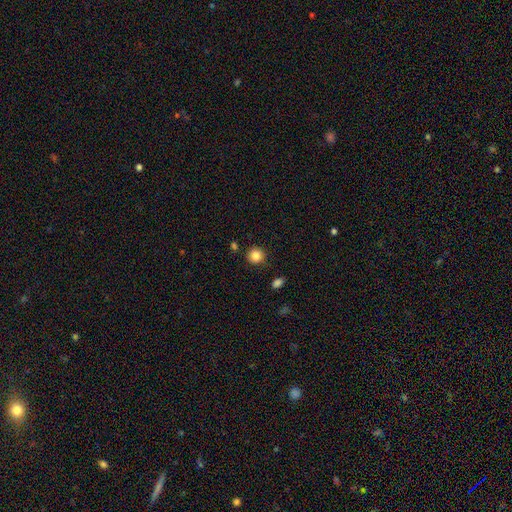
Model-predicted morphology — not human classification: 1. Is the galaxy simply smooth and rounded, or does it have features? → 85% smooth, 10% star or artifact, 5% featured or disk.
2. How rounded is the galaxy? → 92% round, 7% in between, 1% cigar-shaped.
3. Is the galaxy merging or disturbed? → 87% none, 8% minor disturbance, 3% merger, 2% major disturbance.